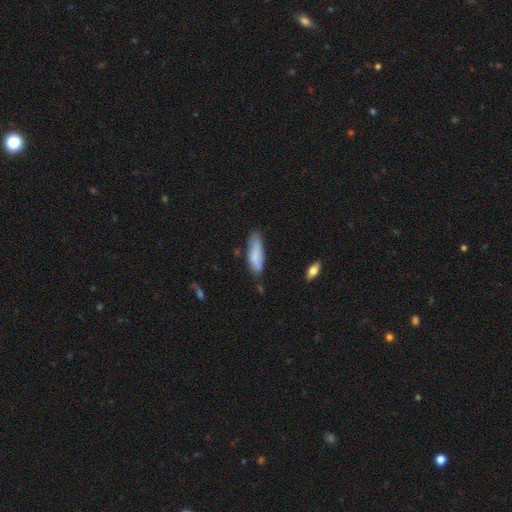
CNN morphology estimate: The model was most divided on "how rounded": in between: 57%, cigar-shaped: 42%, round: 2%. More confident: smooth or featured — smooth (81%); merging — none (60%).